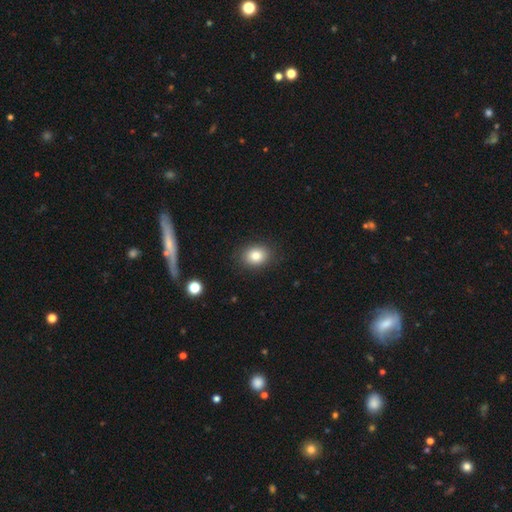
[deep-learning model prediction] Smooth or featured? smooth (82%)
How rounded? in between (52%)
Merging? none (88%)